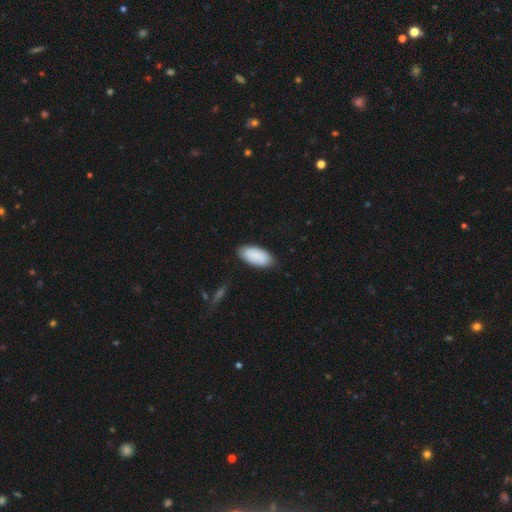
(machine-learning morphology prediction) This appears to be a smooth galaxy with no disk features (86%) that is in between round and cigar-shaped (93%). Merging: none (82%).